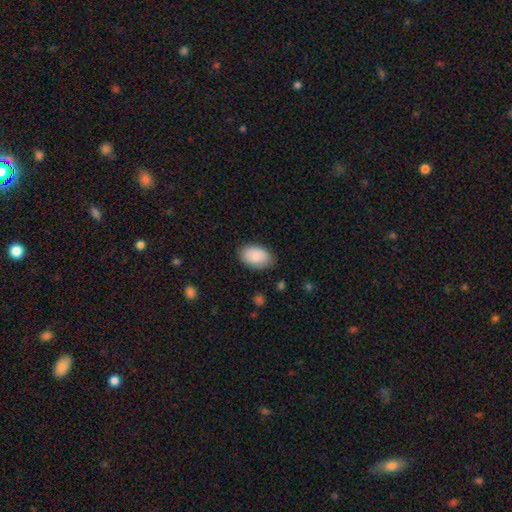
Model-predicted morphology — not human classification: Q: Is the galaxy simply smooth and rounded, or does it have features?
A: smooth — 84%.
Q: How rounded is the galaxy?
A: in between — 90%.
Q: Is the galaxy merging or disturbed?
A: none — 81%.